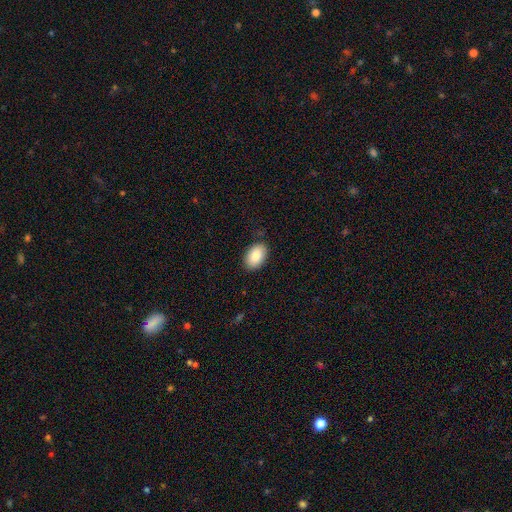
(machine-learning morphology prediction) Smooth or featured? Predicted: smooth (p=0.86). How rounded? Predicted: in between (p=0.90). Merging? Predicted: none (p=0.86).